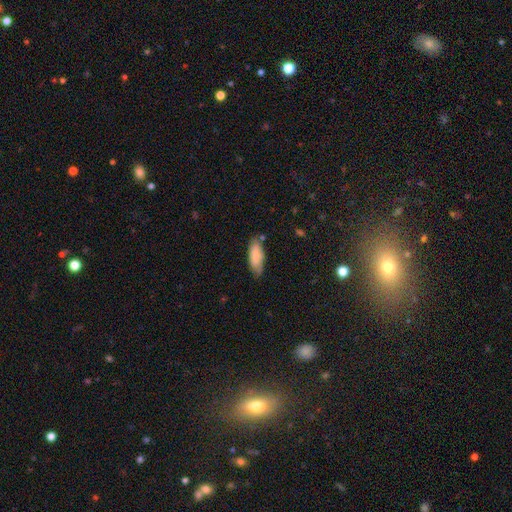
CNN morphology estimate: The model was most divided on "how rounded": in between: 73%, cigar-shaped: 25%, round: 2%. More confident: smooth or featured — smooth (85%); merging — none (73%).